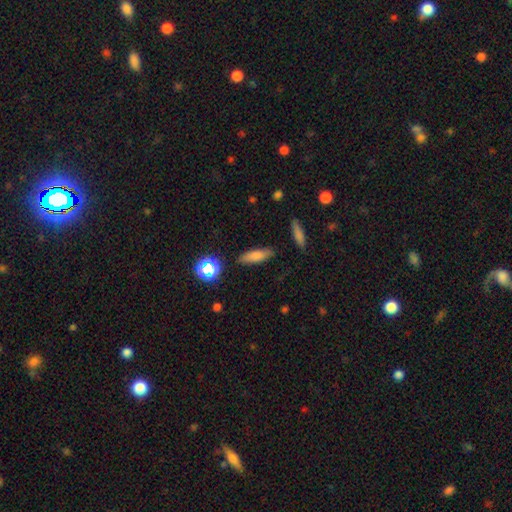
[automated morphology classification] Smooth or featured?
  - smooth: 78% *
  - featured or disk: 11%
  - star or artifact: 11%
How rounded?
  - cigar-shaped: 49% *
  - in between: 47%
  - round: 4%
Merging?
  - none: 85% *
  - minor disturbance: 10%
  - major disturbance: 3%
  - merger: 2%